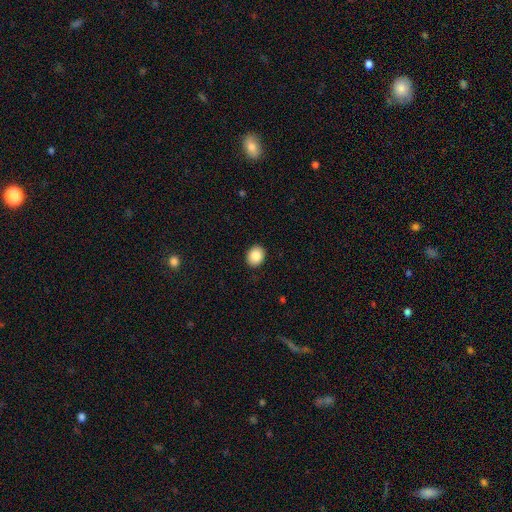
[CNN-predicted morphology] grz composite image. It shows a smooth galaxy with no disk features (86%) that is round (58%). Merging: none (91%).